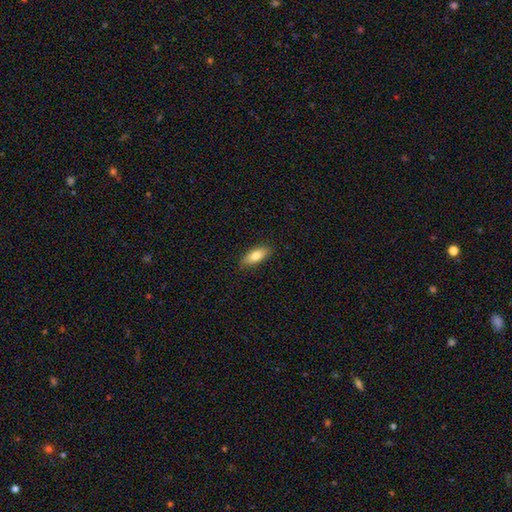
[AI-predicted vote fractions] Overall: smooth (79%). How rounded: in between (74%). Merging: none (85%).